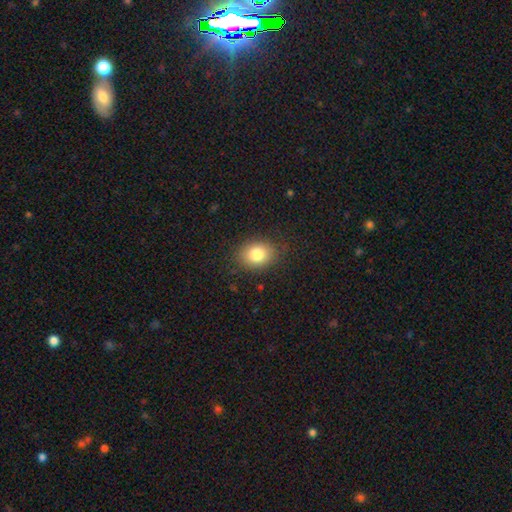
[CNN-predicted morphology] Smooth or featured? Predicted: smooth (p=0.82). How rounded? Predicted: in between (p=0.58). Merging? Predicted: none (p=0.85).